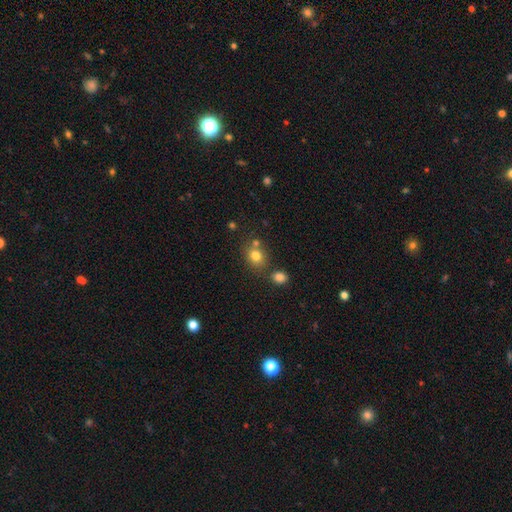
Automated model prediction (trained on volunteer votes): Q: Smooth or featured?
A: smooth (78%); runner-up: star or artifact (12%)
Q: How rounded?
A: round (68%); runner-up: in between (31%)
Q: Merging?
A: none (63%); runner-up: merger (21%)